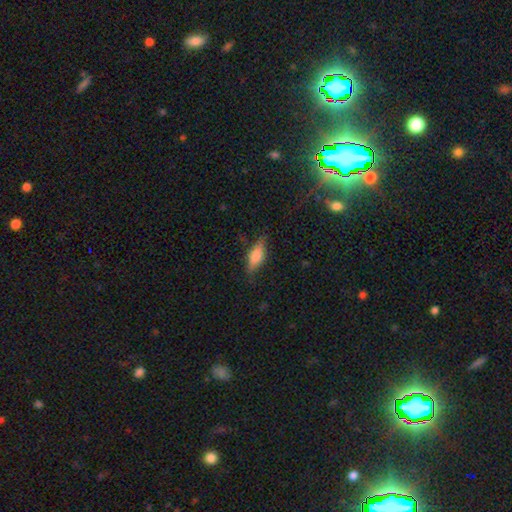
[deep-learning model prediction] smooth-or-featured: smooth: 65% | featured or disk: 27% | star or artifact: 8%
  how-rounded: in between: 66% | cigar-shaped: 30% | round: 3%
  merging: none: 76% | minor disturbance: 18% | major disturbance: 5% | merger: 1%